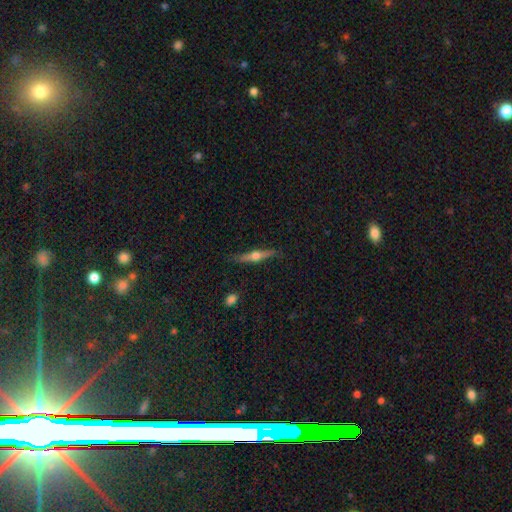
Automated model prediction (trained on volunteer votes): A featured or disk galaxy (67%) viewed edge-on (97%) with a rounded central bulge (94%).

Vote fractions:
- Smooth or featured? featured or disk: 67% / smooth: 27% / star or artifact: 6%
- Edge-on disk? yes: 97% / no: 3%
- Edge-on bulge? rounded: 94% / none: 3% / boxy: 3%
- Merging? none: 87% / minor disturbance: 10% / major disturbance: 2% / merger: 1%